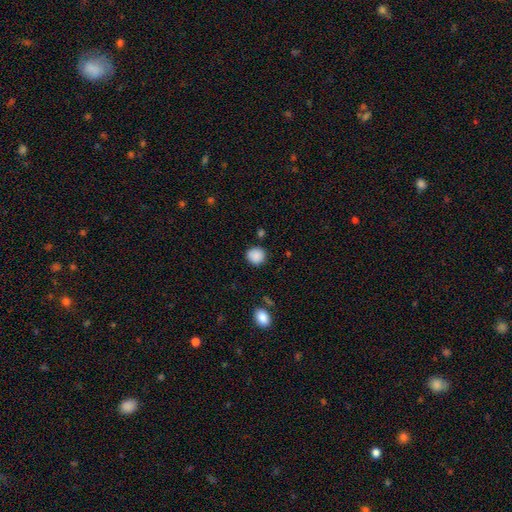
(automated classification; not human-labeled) smooth-or-featured: smooth: 88% | star or artifact: 9% | featured or disk: 3%
  how-rounded: round: 88% | in between: 11% | cigar-shaped: 1%
  merging: none: 85% | minor disturbance: 10% | major disturbance: 3% | merger: 2%